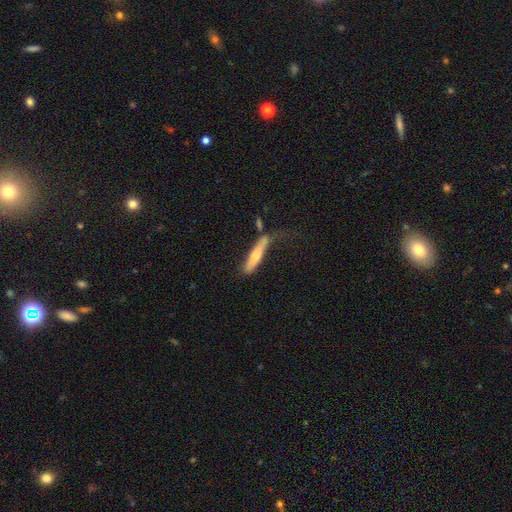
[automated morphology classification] The model was most divided on "merging": none: 47%, minor disturbance: 25%, merger: 16%, major disturbance: 12%. More confident: how rounded — cigar-shaped (85%); smooth or featured — smooth (61%).